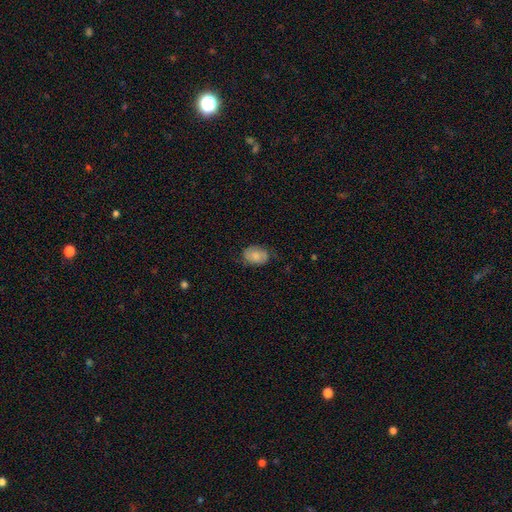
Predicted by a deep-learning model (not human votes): The model was most divided on "merging": none: 69%, minor disturbance: 24%, major disturbance: 6%, merger: 1%. More confident: how rounded — in between (81%); smooth or featured — smooth (72%).